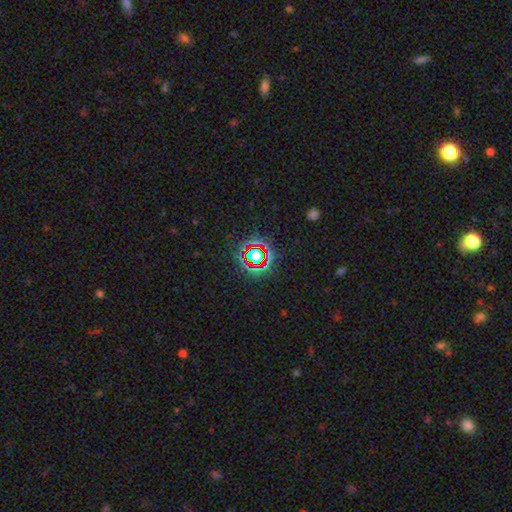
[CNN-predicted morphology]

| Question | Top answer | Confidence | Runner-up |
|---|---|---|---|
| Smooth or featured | star or artifact | 72% | smooth (18%) |